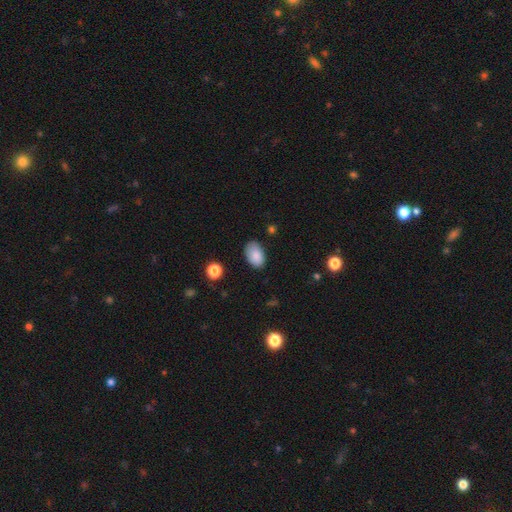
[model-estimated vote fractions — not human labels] Overall: smooth (86%). How rounded: in between (92%). Merging: none (78%).